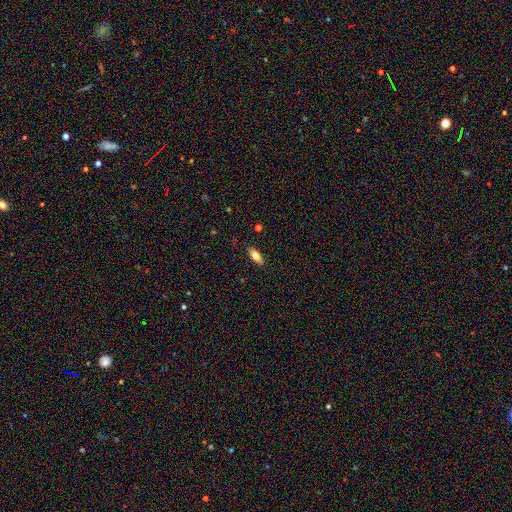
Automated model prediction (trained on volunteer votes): A smooth galaxy with no disk features (74%) that is in between round and cigar-shaped (81%). Merging: none (88%).